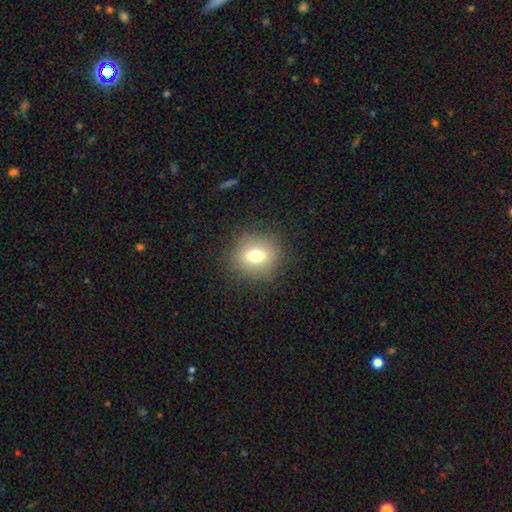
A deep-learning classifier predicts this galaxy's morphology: smooth_or_featured: smooth (p=0.72) [alt: featured or disk p=0.16]
how_rounded: round (p=0.76) [alt: in between p=0.23]
merging: none (p=0.87) [alt: minor disturbance p=0.08]